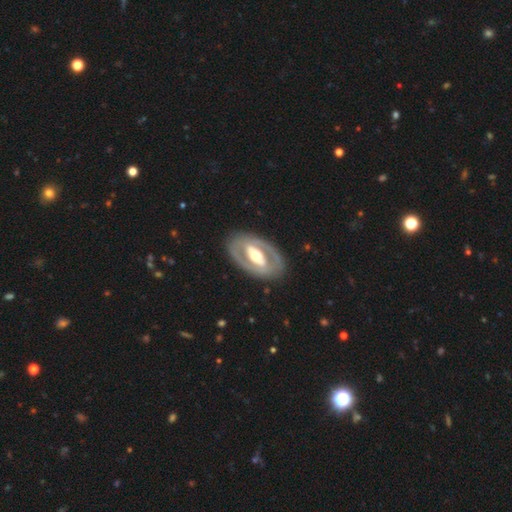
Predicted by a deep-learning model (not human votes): A featured or disk galaxy (74%) with a strong bar (48%), no spiral arms (67%) and a moderate central bulge (64%).

Vote fractions:
- Smooth or featured? featured or disk: 74% / smooth: 22% / star or artifact: 4%
- Edge-on disk? no: 92% / yes: 8%
- Bar? strong: 48% / no: 28% / weak: 24%
- Spiral arms? no: 67% / yes: 33%
- Bulge size? moderate: 64% / large: 22% / small: 11% / dominant: 2% / none: 1%
- Merging? none: 83% / minor disturbance: 11% / major disturbance: 5% / merger: 1%